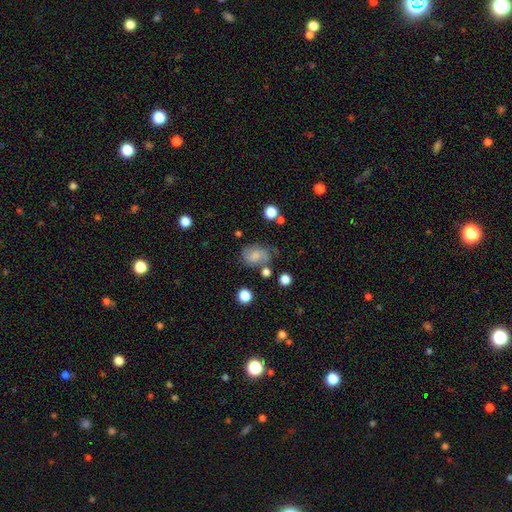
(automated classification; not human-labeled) Q: Smooth or featured?
A: smooth (59%); runner-up: featured or disk (30%)
Q: How rounded?
A: in between (64%); runner-up: round (34%)
Q: Merging?
A: none (58%); runner-up: minor disturbance (24%)